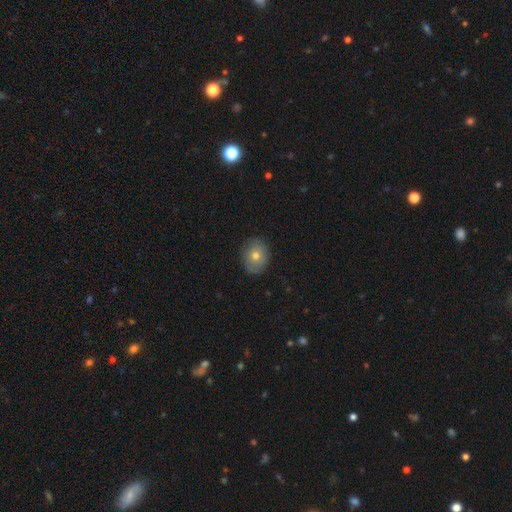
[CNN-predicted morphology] A smooth galaxy with no disk features (70%) that is in between round and cigar-shaped (54%). Merging: none (85%).